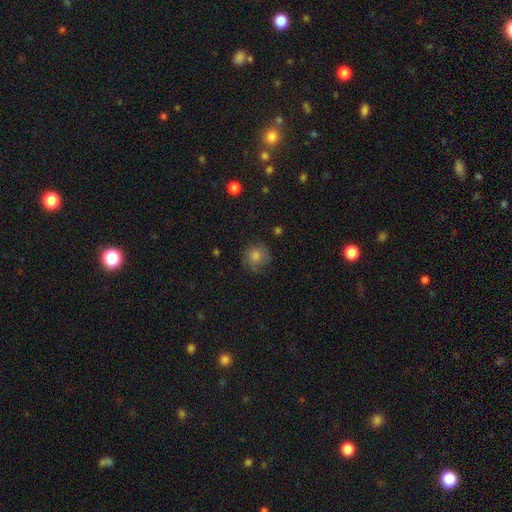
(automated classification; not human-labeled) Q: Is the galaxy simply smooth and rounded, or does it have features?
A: smooth — 65%.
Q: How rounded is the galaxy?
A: round — 87%.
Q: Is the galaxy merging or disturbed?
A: none — 71%.